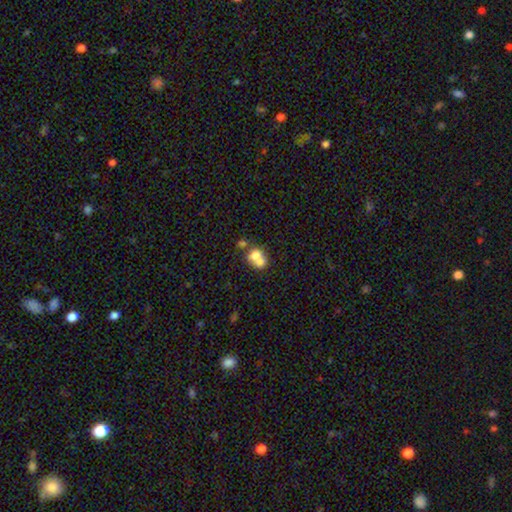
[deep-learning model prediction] Q: Smooth or featured?
A: smooth (68%); runner-up: featured or disk (22%)
Q: How rounded?
A: round (61%); runner-up: in between (38%)
Q: Merging?
A: merger (66%); runner-up: none (24%)